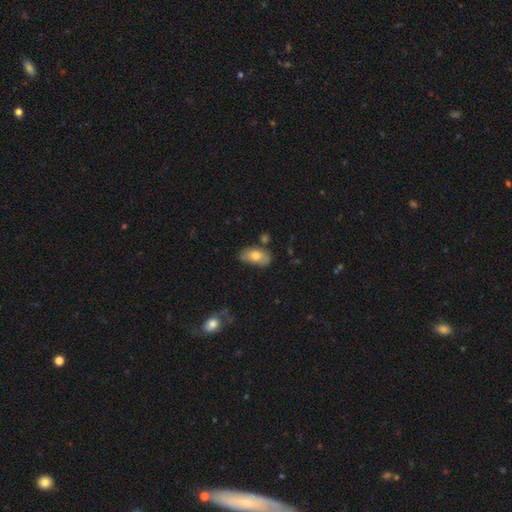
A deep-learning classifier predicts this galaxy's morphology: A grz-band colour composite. It shows a smooth galaxy with no disk features (73%) that is in between round and cigar-shaped (91%). Merging: none (62%).